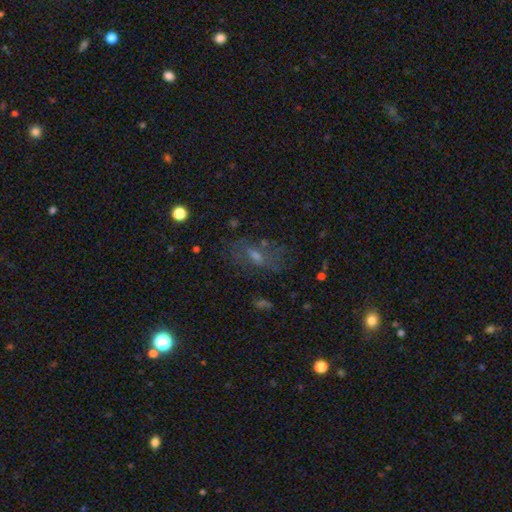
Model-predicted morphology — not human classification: type=star or artifact (36%).